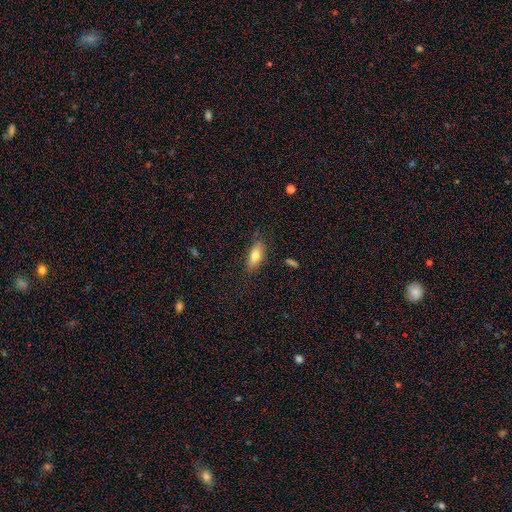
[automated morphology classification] Smooth or featured: smooth — 75% (featured or disk — 17%)
How rounded: in between — 79% (cigar-shaped — 16%)
Merging: none — 82% (minor disturbance — 13%)